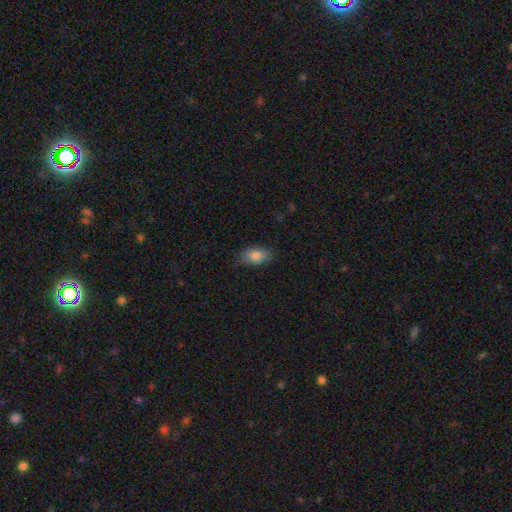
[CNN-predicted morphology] type=smooth (84%); roundness=in between (89%); merging=none (76%).